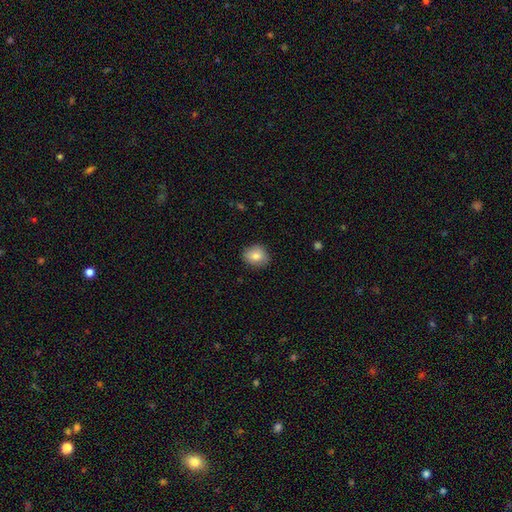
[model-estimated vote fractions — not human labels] Morphology: type=smooth (82%); roundness=round (72%); merging=none (85%).